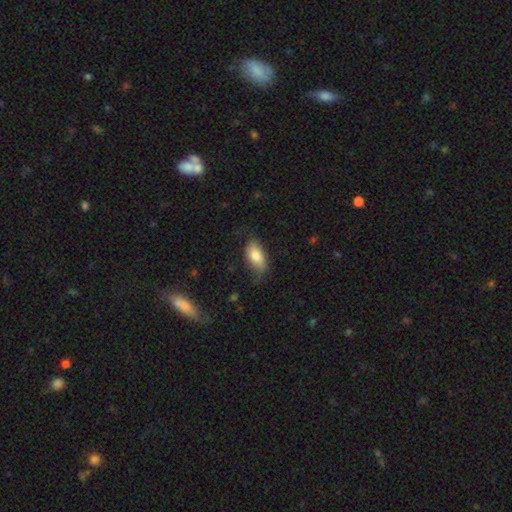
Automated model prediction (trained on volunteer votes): This appears to be a smooth galaxy with no disk features (79%) that is in between round and cigar-shaped (92%). Merging: none (62%).